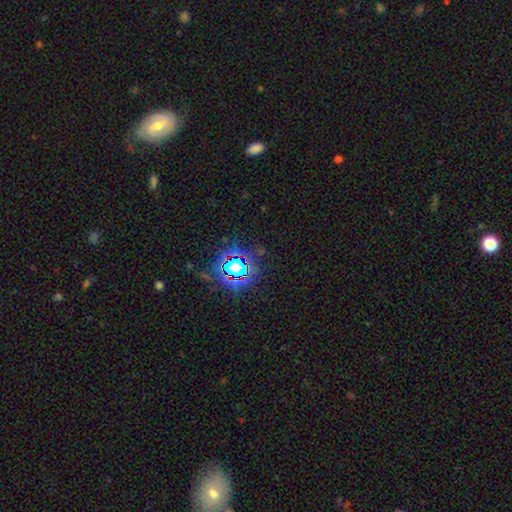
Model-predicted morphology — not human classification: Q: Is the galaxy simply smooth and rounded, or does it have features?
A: star or artifact — 76%.